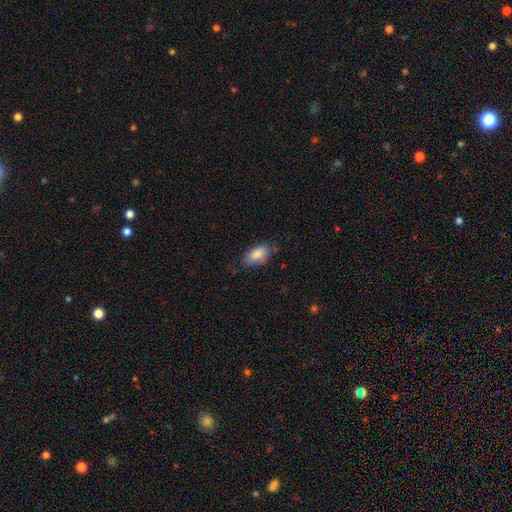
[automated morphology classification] A smooth galaxy with no disk features (85%) that is in between round and cigar-shaped (89%). Merging: none (74%).